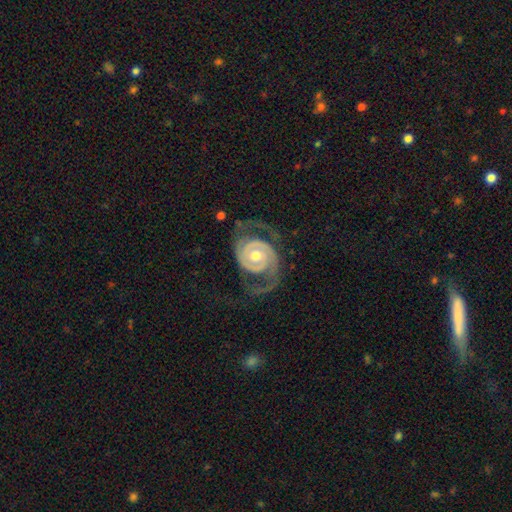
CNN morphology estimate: Smooth or featured: featured or disk — 93% (smooth — 4%)
Edge-on disk: no — 98% (yes — 2%)
Bar: no — 67% (weak — 24%)
Spiral arms: yes — 98% (no — 2%)
Spiral winding: tight — 43% (medium — 42%)
Spiral arm count: 2 — 92% (3 — 2%)
Bulge size: moderate — 72% (small — 21%)
Merging: none — 70% (minor disturbance — 15%)